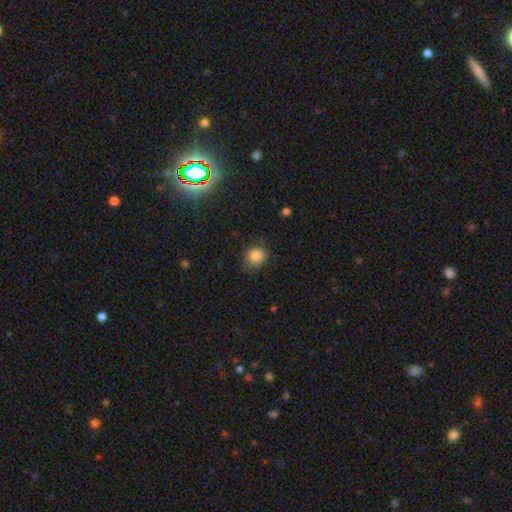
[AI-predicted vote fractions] This appears to be a smooth galaxy with no disk features (84%) that is round (78%). Merging: none (75%).